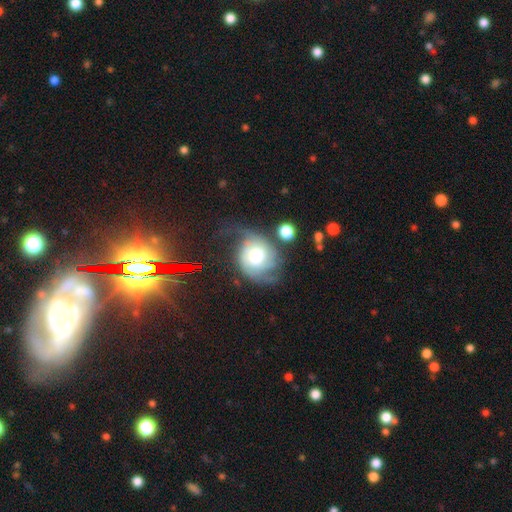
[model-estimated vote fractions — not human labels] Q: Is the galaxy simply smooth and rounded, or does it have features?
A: featured or disk — 71%.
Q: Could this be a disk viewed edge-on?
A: no — 97%.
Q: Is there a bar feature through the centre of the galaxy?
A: no — 76%.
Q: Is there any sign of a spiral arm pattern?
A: yes — 91%.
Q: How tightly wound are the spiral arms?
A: medium — 39%.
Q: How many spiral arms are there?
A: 2 — 53%.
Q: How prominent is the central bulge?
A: moderate — 46%.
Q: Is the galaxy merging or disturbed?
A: none — 42%.